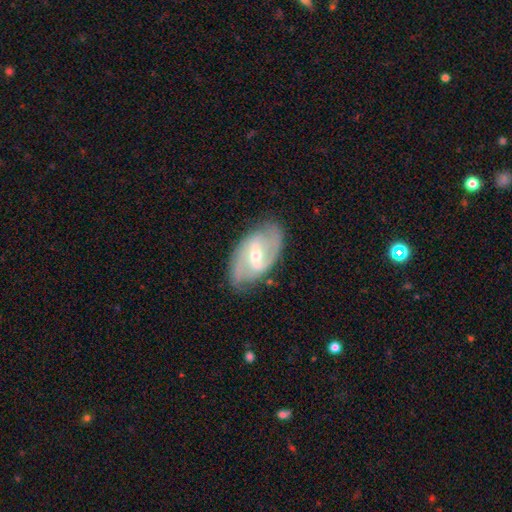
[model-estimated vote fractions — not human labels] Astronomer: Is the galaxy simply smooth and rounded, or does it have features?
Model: featured or disk — 84%.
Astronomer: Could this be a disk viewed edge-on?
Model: no — 95%.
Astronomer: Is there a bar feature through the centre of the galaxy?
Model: weak — 50% (runner-up: strong, 33%).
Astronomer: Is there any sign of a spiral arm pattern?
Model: yes — 93%.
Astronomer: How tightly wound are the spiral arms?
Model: medium — 49% (runner-up: tight, 27%).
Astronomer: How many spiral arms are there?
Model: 2 — 79%.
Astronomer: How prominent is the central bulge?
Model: small — 48%, tied with moderate at 48%.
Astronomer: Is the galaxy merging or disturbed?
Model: none — 77%.